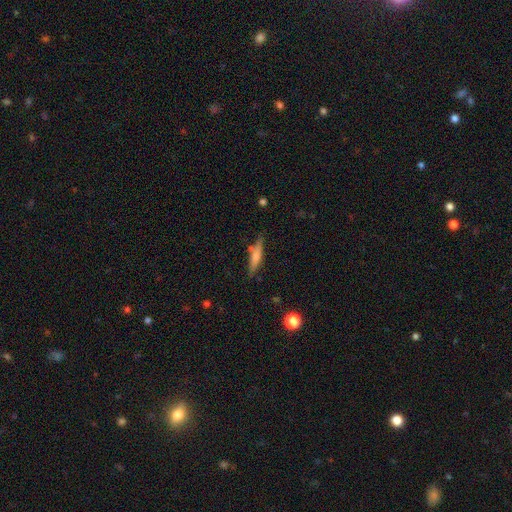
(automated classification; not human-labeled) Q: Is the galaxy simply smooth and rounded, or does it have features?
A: smooth — 58%.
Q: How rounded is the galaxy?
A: cigar-shaped — 81%.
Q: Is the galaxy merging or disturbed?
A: none — 74%.